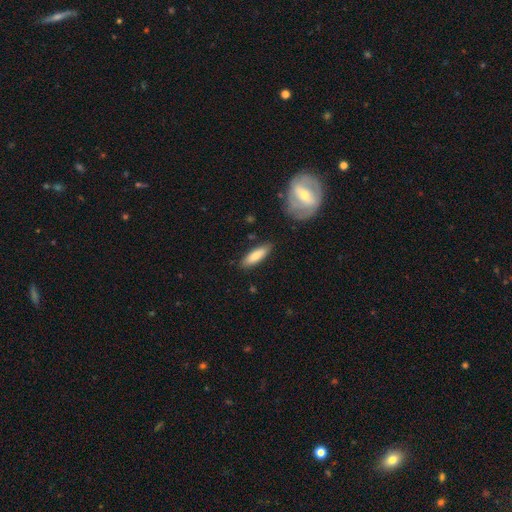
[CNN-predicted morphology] Q: Smooth or featured?
A: smooth (80%); runner-up: featured or disk (14%)
Q: How rounded?
A: cigar-shaped (49%); tied with: in between (49%)
Q: Merging?
A: none (84%); runner-up: minor disturbance (12%)